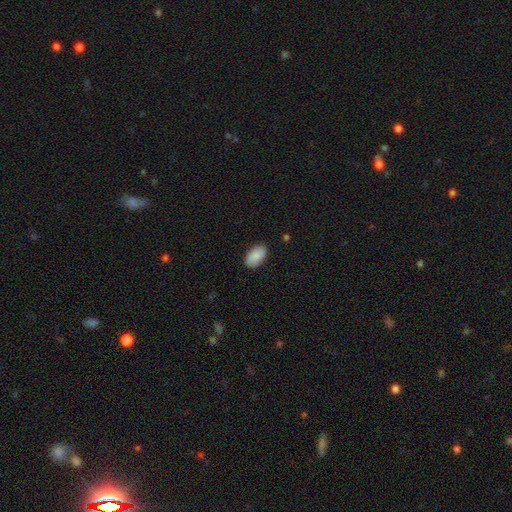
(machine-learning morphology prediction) This is clearly a smooth galaxy (88%). How rounded: clearly in between (94%). Merging: clearly none (87%).